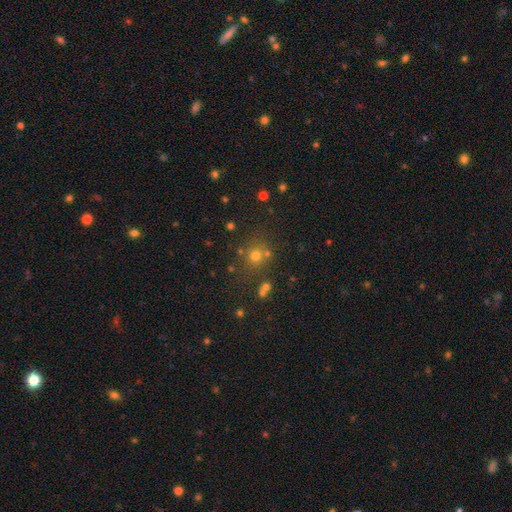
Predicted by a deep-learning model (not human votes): Smooth or featured? Predicted: smooth (p=0.65). How rounded? Predicted: round (p=0.88). Merging? Predicted: none (p=0.72).